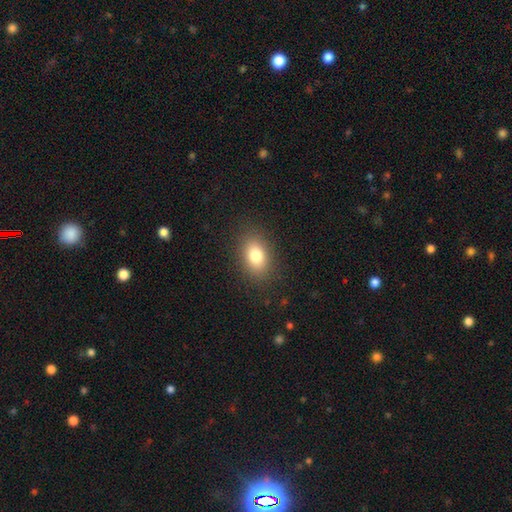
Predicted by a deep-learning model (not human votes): Q: Smooth or featured?
A: smooth (80%); runner-up: star or artifact (11%)
Q: How rounded?
A: in between (79%); runner-up: round (19%)
Q: Merging?
A: none (88%); runner-up: minor disturbance (8%)